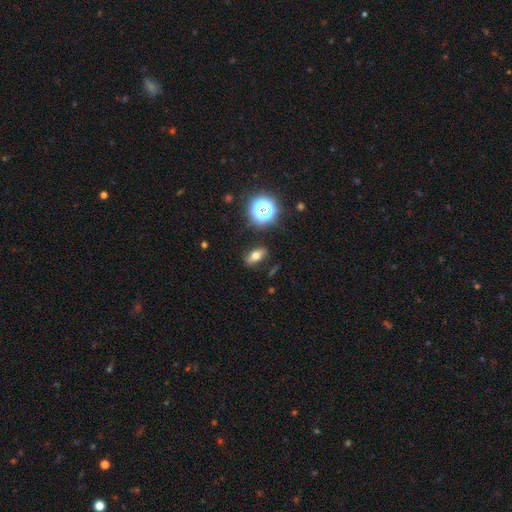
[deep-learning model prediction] smooth-or-featured: smooth: 61% | featured or disk: 23% | star or artifact: 16%
  how-rounded: in between: 69% | round: 16% | cigar-shaped: 15%
  merging: none: 87% | minor disturbance: 9% | major disturbance: 3% | merger: 2%